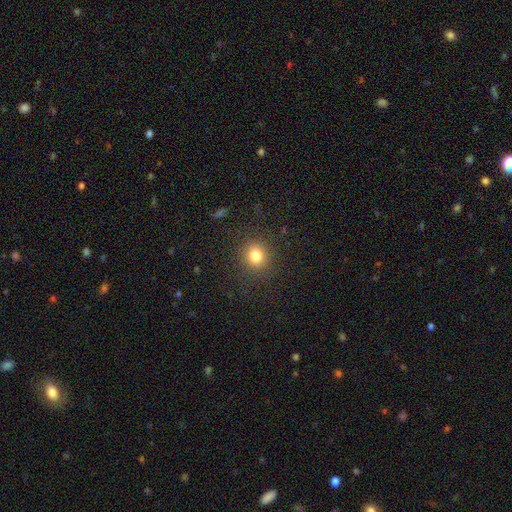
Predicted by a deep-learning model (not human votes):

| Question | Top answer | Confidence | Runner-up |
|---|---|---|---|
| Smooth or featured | smooth | 81% | star or artifact (13%) |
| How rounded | round | 83% | in between (16%) |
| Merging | none | 88% | minor disturbance (8%) |